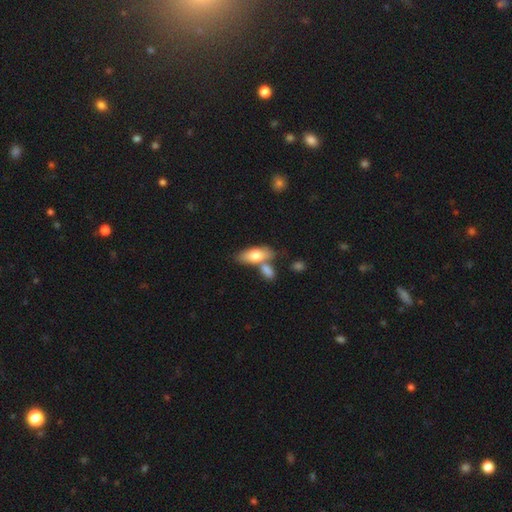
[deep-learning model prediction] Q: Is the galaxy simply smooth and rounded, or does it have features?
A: smooth — 71%.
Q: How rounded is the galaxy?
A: in between — 80%.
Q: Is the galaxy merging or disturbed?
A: none — 51%.